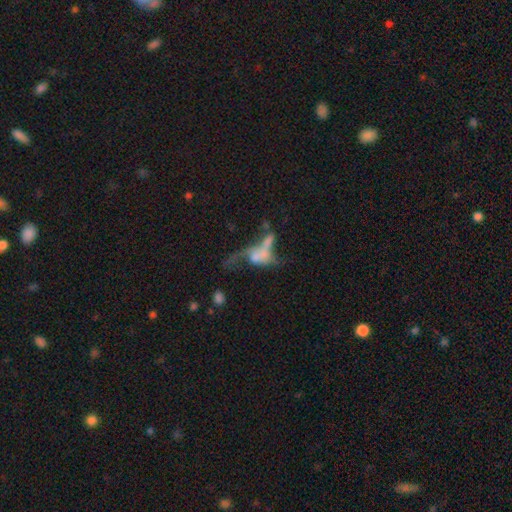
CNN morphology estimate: A featured or disk galaxy (47%).

Vote fractions:
- Smooth or featured? featured or disk: 47% / smooth: 41% / star or artifact: 12%
- Merging? merger: 52% / major disturbance: 29% / none: 12% / minor disturbance: 8%